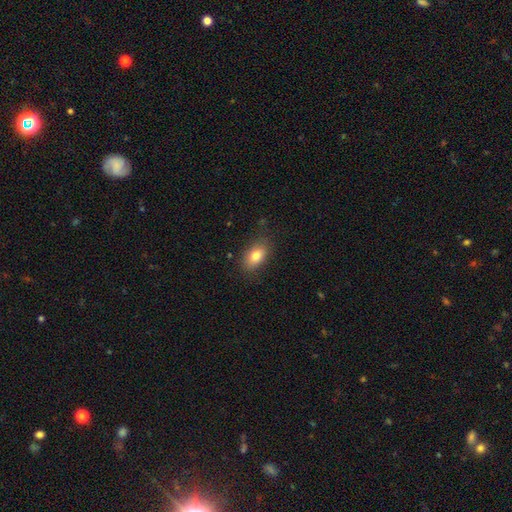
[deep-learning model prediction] The model was most divided on "merging": none: 81%, minor disturbance: 14%, major disturbance: 3%, merger: 1%. More confident: how rounded — in between (87%); smooth or featured — smooth (81%).